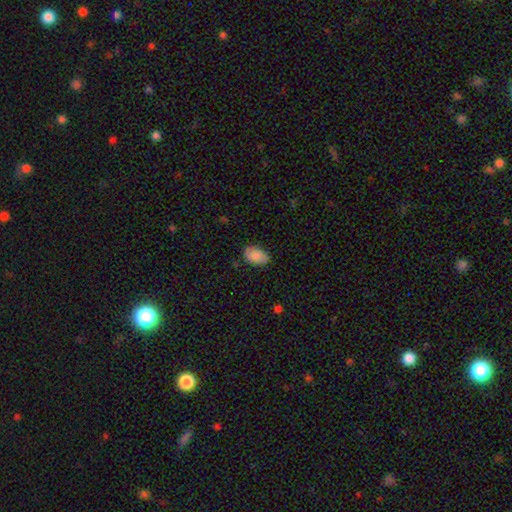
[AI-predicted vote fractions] smooth-or-featured: smooth: 86% | featured or disk: 8% | star or artifact: 7%
  how-rounded: in between: 92% | round: 6% | cigar-shaped: 1%
  merging: none: 83% | minor disturbance: 14% | major disturbance: 3% | merger: 1%